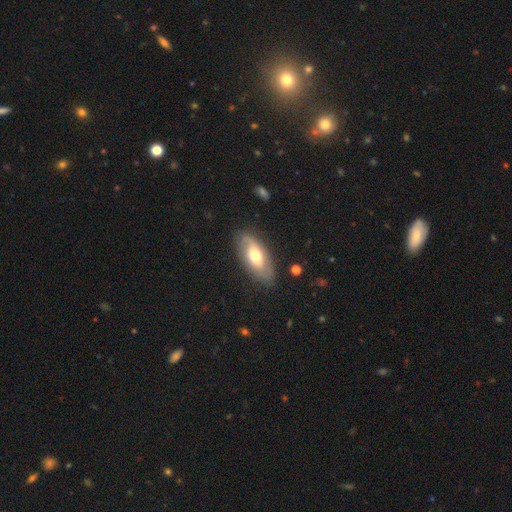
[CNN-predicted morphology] Smooth or featured: featured or disk — 47% (tied with smooth — 47%)
Merging: none — 78% (minor disturbance — 16%)